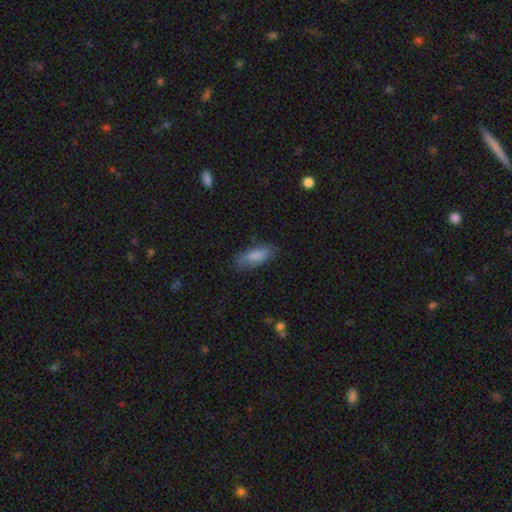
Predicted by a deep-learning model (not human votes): A smooth galaxy with no disk features (83%) that is in between round and cigar-shaped (70%). Merging: none (77%).